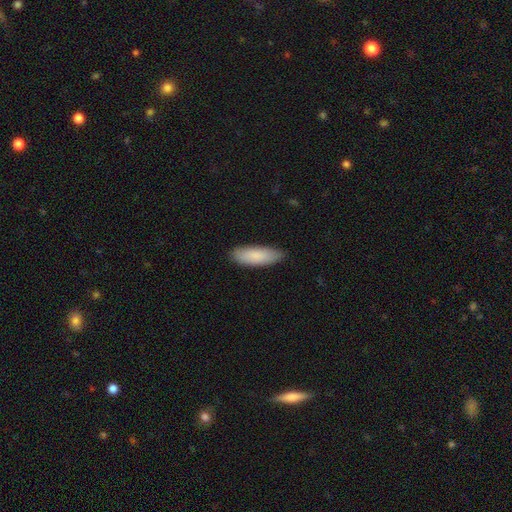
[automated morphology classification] Overall: smooth (87%). How rounded: in between (59%; cigar-shaped 40%). Merging: none (85%).